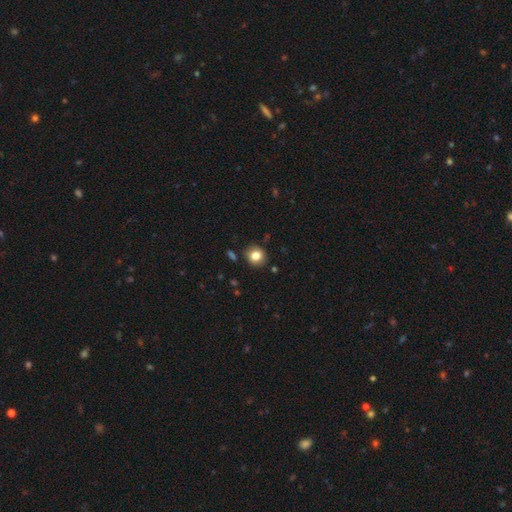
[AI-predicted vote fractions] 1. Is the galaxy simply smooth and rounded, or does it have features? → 81% smooth, 11% star or artifact, 8% featured or disk.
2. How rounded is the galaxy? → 86% round, 13% in between, 1% cigar-shaped.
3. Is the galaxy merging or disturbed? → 87% none, 8% minor disturbance, 2% major disturbance, 2% merger.